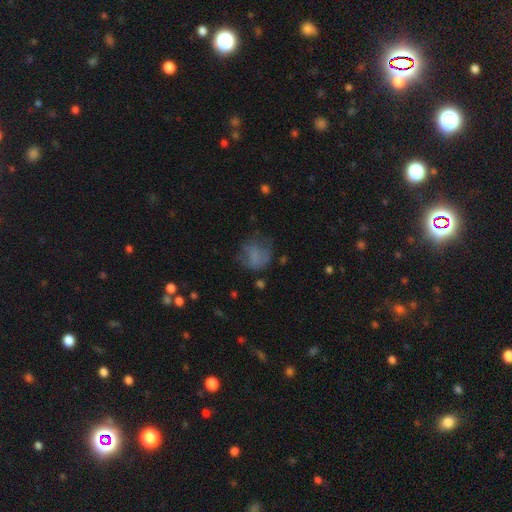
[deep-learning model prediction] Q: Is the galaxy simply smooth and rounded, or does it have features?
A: smooth — 64%.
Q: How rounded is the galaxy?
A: round — 63%.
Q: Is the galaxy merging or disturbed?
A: none — 42%.